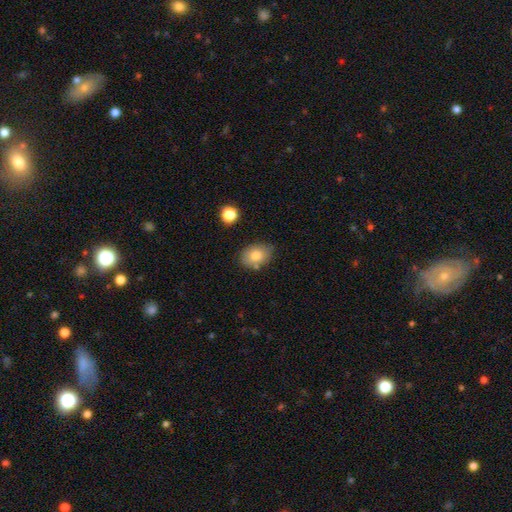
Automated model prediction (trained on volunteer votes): smooth-or-featured: smooth: 79% | featured or disk: 12% | star or artifact: 8%
  how-rounded: in between: 71% | round: 28% | cigar-shaped: 1%
  merging: none: 72% | minor disturbance: 19% | merger: 5% | major disturbance: 4%